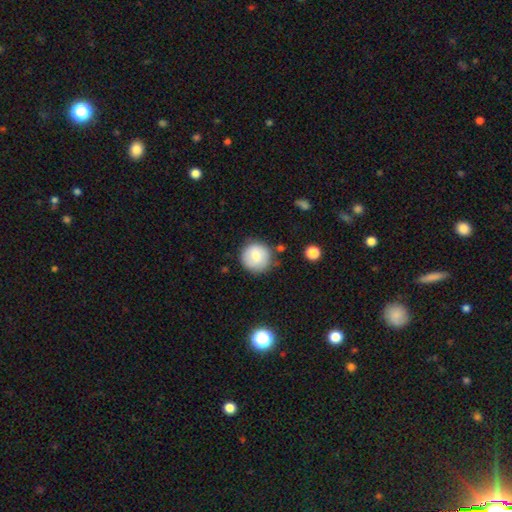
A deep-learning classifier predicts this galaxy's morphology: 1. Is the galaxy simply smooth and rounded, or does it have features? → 78% smooth, 14% featured or disk, 8% star or artifact.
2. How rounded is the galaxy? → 94% round, 5% in between, 1% cigar-shaped.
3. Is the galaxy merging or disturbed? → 80% none, 14% minor disturbance, 3% merger, 3% major disturbance.